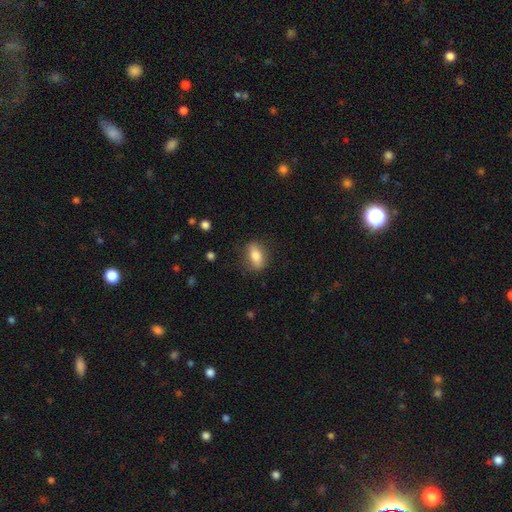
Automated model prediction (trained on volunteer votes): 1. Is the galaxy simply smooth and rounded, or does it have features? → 78% smooth, 15% featured or disk, 7% star or artifact.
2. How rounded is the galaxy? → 80% in between, 10% cigar-shaped, 10% round.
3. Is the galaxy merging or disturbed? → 81% none, 13% minor disturbance, 4% major disturbance, 1% merger.